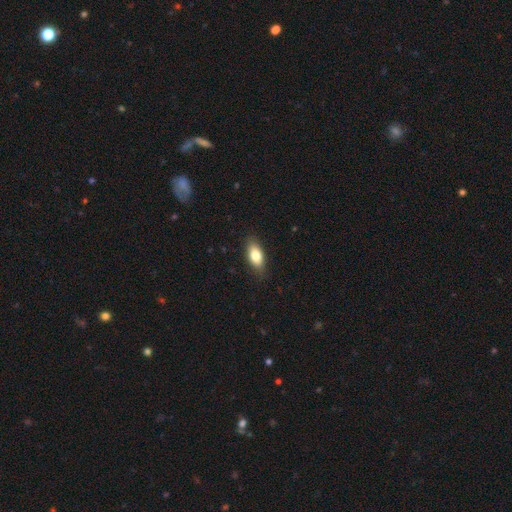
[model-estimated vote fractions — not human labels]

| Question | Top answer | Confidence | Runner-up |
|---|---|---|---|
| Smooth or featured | smooth | 78% | featured or disk (15%) |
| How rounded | in between | 86% | cigar-shaped (10%) |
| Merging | none | 84% | minor disturbance (12%) |